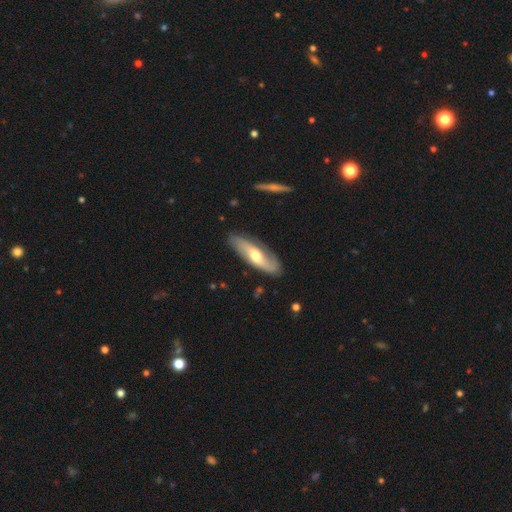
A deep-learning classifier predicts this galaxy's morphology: The model was most divided on "smooth or featured": featured or disk: 59%, smooth: 36%, star or artifact: 5%. More confident: merging — none (80%); edge-on disk — no (73%).